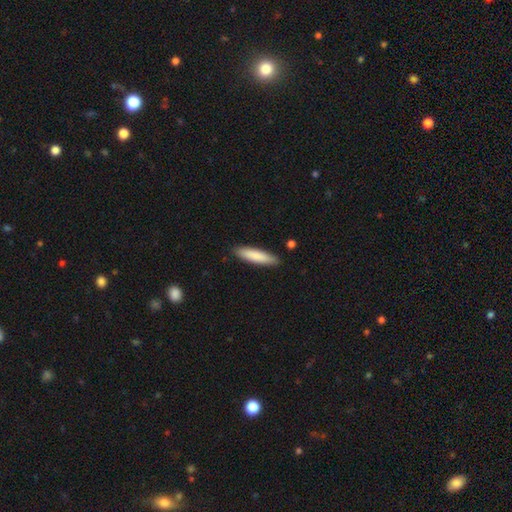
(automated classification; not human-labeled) Morphology: type=smooth (83%); roundness=cigar-shaped (78%); merging=none (88%).